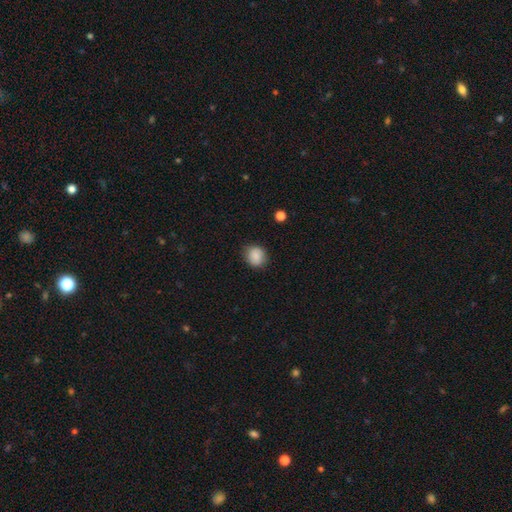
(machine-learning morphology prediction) Overall: smooth (87%). How rounded: round (75%). Merging: none (81%).